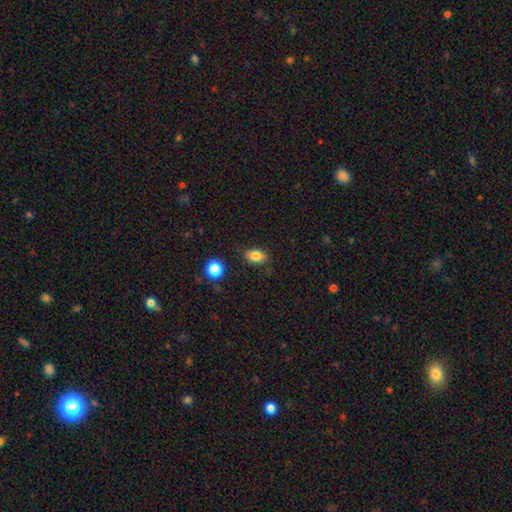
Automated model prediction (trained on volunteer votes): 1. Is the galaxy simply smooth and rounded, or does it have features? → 84% smooth, 10% star or artifact, 6% featured or disk.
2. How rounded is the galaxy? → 81% in between, 17% round, 2% cigar-shaped.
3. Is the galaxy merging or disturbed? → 80% none, 14% minor disturbance, 4% major disturbance, 3% merger.